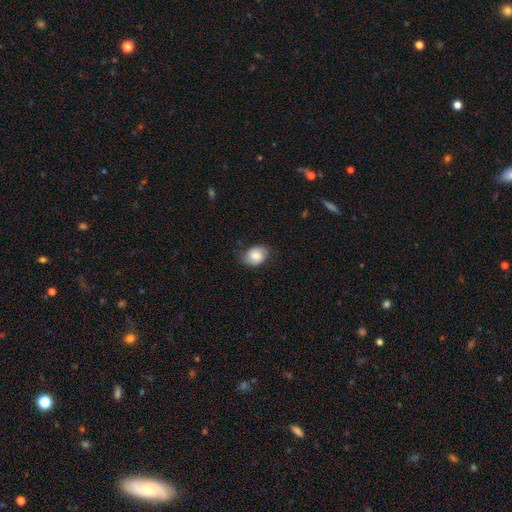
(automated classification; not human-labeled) Smooth or featured?
  - smooth: 73% *
  - featured or disk: 19%
  - star or artifact: 8%
How rounded?
  - in between: 69% *
  - round: 30%
  - cigar-shaped: 1%
Merging?
  - none: 71% *
  - minor disturbance: 22%
  - major disturbance: 5%
  - merger: 1%